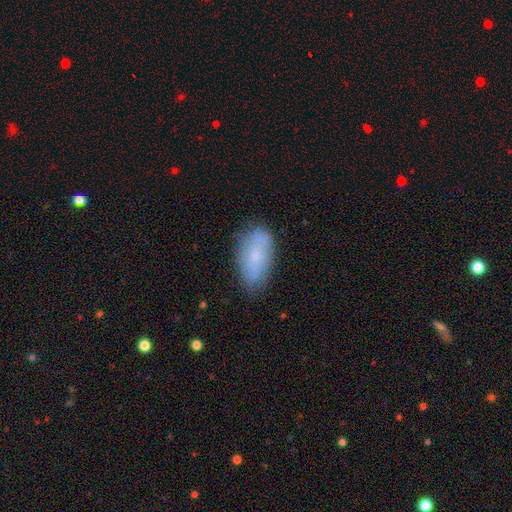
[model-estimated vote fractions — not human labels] Smooth or featured? smooth (53%)
How rounded? in between (92%)
Merging? none (71%)